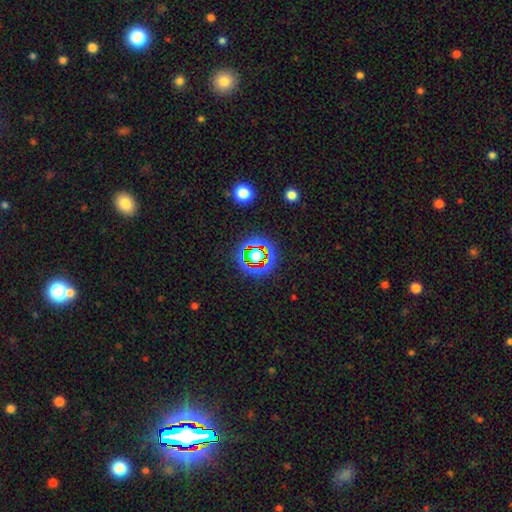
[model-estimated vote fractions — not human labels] Smooth or featured? star or artifact (67%)